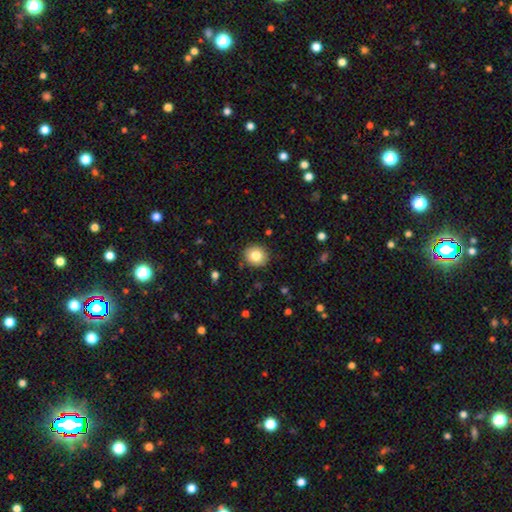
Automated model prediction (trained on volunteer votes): This is clearly a smooth galaxy (82%). How rounded: clearly round (83%). Merging: clearly none (90%).